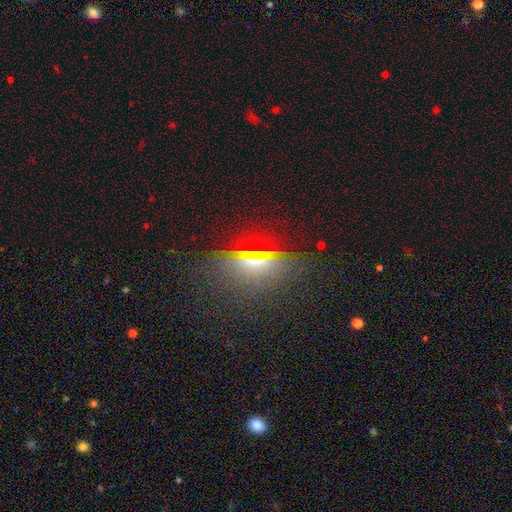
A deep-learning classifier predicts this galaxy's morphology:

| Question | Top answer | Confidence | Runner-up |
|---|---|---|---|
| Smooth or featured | star or artifact | 41% | smooth (38%) |